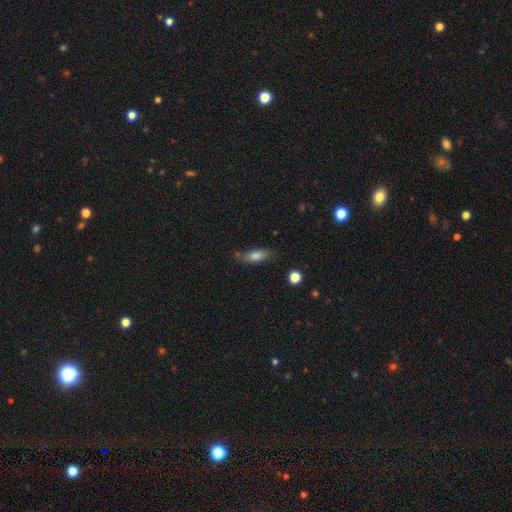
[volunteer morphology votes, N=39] This is clearly a smooth galaxy (90%). How rounded: likely in between (69%). Merging: clearly none (84%).